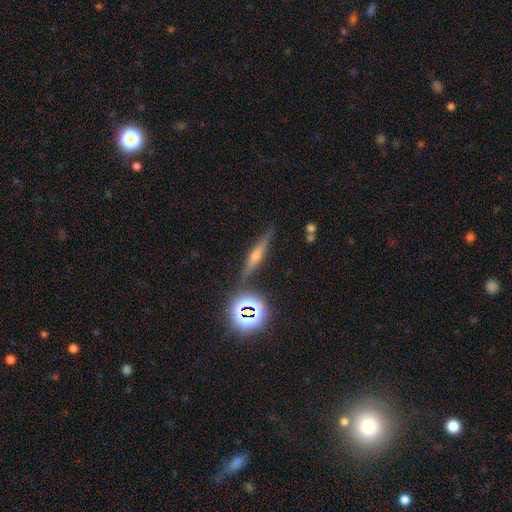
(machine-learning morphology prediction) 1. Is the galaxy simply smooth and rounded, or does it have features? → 54% featured or disk, 26% smooth, 19% star or artifact.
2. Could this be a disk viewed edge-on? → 93% yes, 7% no.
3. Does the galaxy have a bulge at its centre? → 85% rounded, 8% none, 7% boxy.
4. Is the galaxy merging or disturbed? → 84% none, 10% minor disturbance, 3% merger, 3% major disturbance.